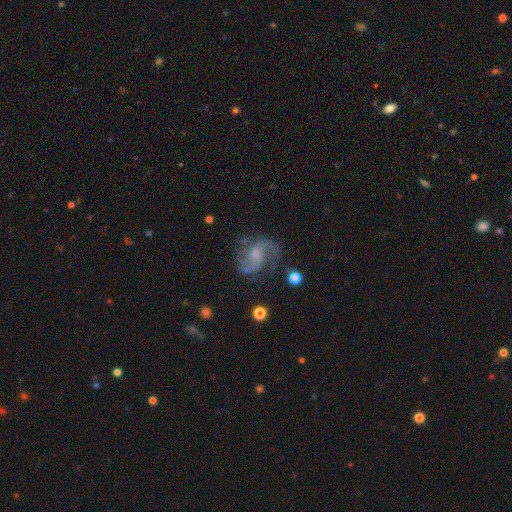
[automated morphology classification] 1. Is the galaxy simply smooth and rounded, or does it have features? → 82% featured or disk, 11% smooth, 8% star or artifact.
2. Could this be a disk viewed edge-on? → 98% no, 2% yes.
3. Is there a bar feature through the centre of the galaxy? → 49% no, 44% weak, 7% strong.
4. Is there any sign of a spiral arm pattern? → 94% yes, 6% no.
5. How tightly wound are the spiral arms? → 46% medium, 43% loose, 11% tight.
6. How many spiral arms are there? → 86% 2, 5% 1, 5% can't tell, 2% 3, 1% 4, 1% more than 4.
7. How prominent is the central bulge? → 38% small, 29% moderate, 27% none, 5% large, 1% dominant.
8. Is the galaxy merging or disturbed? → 61% none, 20% minor disturbance, 16% major disturbance, 3% merger.